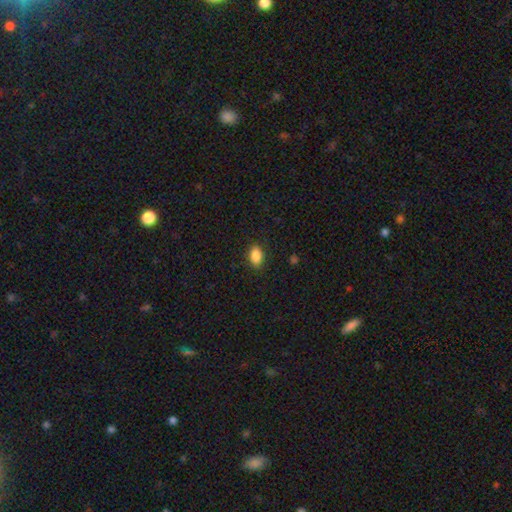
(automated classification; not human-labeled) Overall: smooth (88%). How rounded: in between (87%). Merging: none (86%).